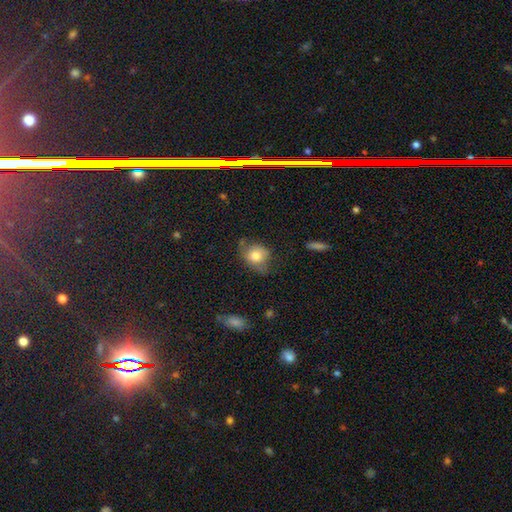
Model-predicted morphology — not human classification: Smooth or featured? Predicted: smooth (p=0.73). How rounded? Predicted: round (p=0.58). Merging? Predicted: none (p=0.51).